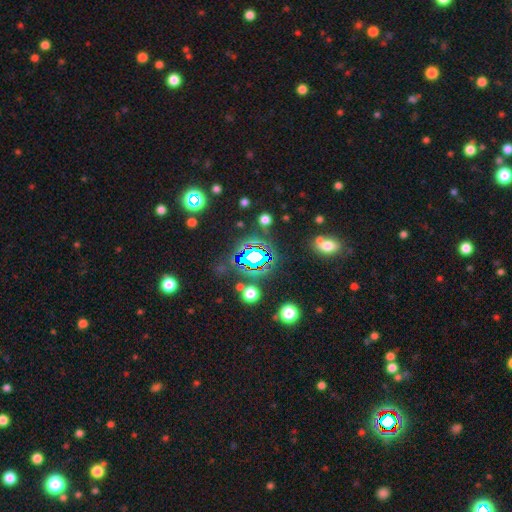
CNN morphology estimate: smooth-or-featured: star or artifact: 64% | smooth: 24% | featured or disk: 12%